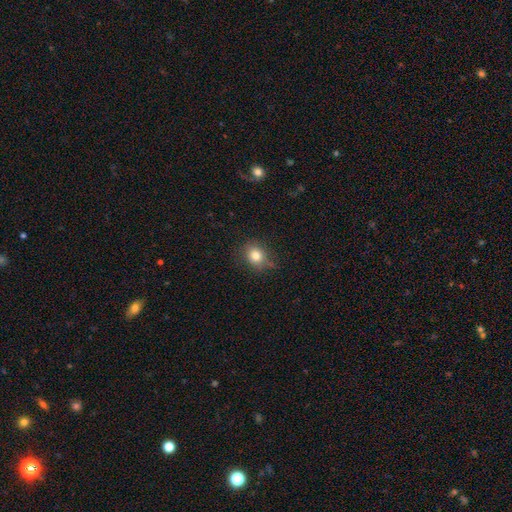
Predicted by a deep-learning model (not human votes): smooth_or_featured: smooth (p=0.81) [alt: star or artifact p=0.11]
how_rounded: round (p=0.64) [alt: in between p=0.35]
merging: none (p=0.76) [alt: minor disturbance p=0.18]